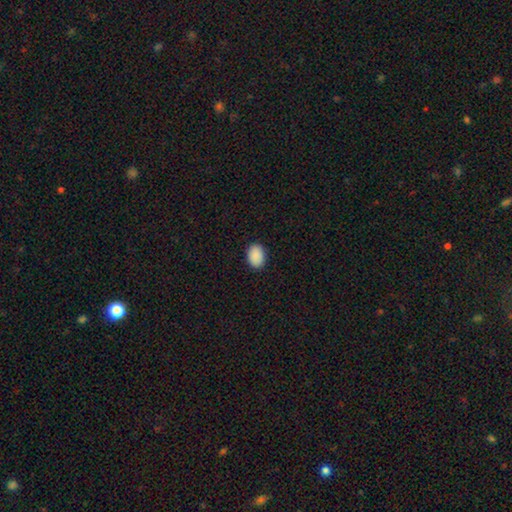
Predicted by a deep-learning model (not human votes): Smooth or featured? Predicted: smooth (p=0.91). How rounded? Predicted: in between (p=0.82). Merging? Predicted: none (p=0.89).